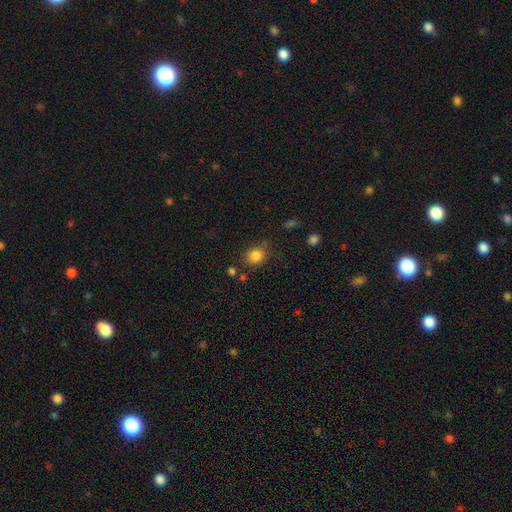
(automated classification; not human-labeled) smooth_or_featured: smooth (p=0.84) [alt: star or artifact p=0.11]
how_rounded: round (p=0.75) [alt: in between p=0.24]
merging: none (p=0.77) [alt: minor disturbance p=0.13]